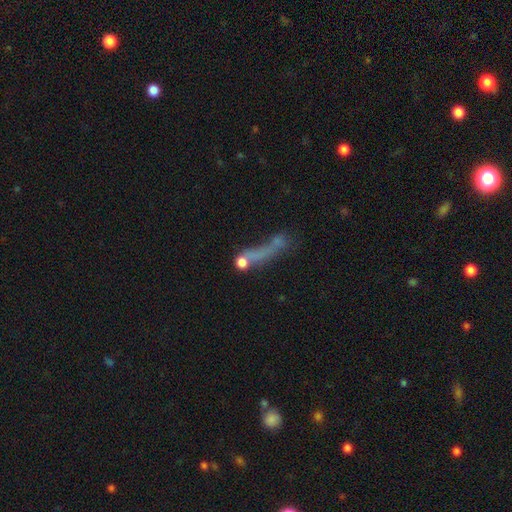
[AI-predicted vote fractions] Q: Smooth or featured?
A: smooth (43%); runner-up: featured or disk (30%)
Q: Merging?
A: none (41%); runner-up: merger (24%)